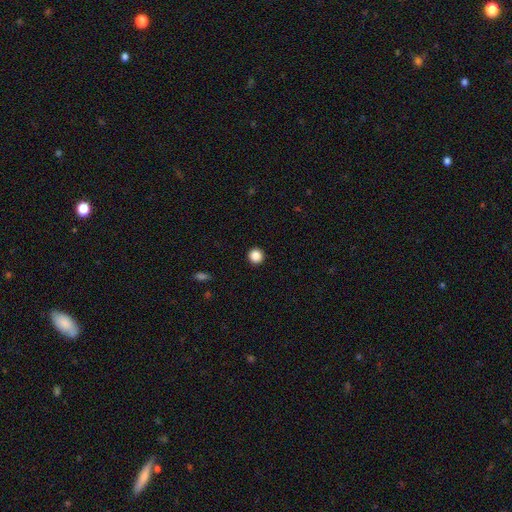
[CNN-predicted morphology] This is clearly a smooth galaxy (87%). How rounded: clearly round (95%). Merging: clearly none (93%).